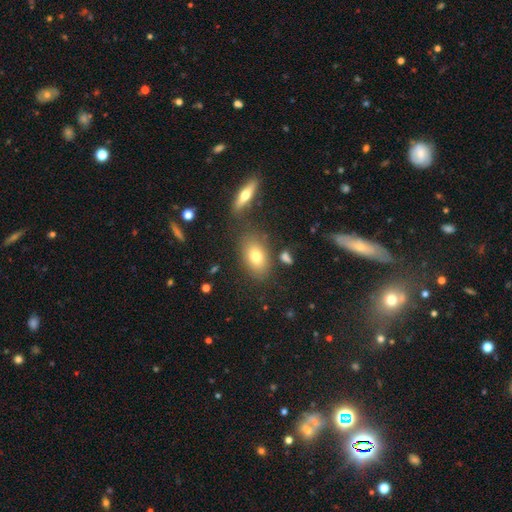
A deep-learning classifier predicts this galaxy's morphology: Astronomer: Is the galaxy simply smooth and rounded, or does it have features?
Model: smooth — 74%.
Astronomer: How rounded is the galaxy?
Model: in between — 86%.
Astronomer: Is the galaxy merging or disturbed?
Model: none — 75%.